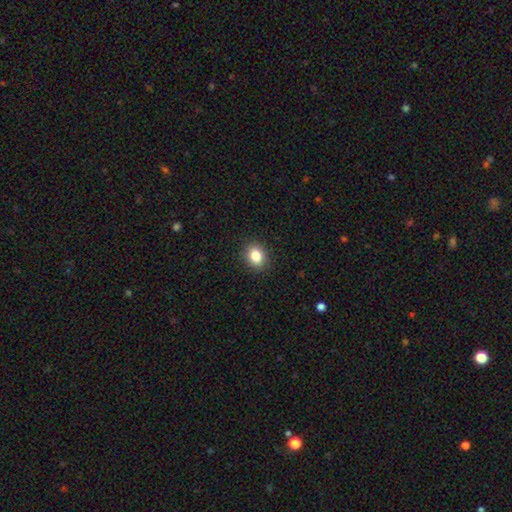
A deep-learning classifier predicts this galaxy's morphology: Q: Smooth or featured?
A: smooth (85%); runner-up: star or artifact (10%)
Q: How rounded?
A: in between (50%); runner-up: round (49%)
Q: Merging?
A: none (90%); runner-up: minor disturbance (7%)